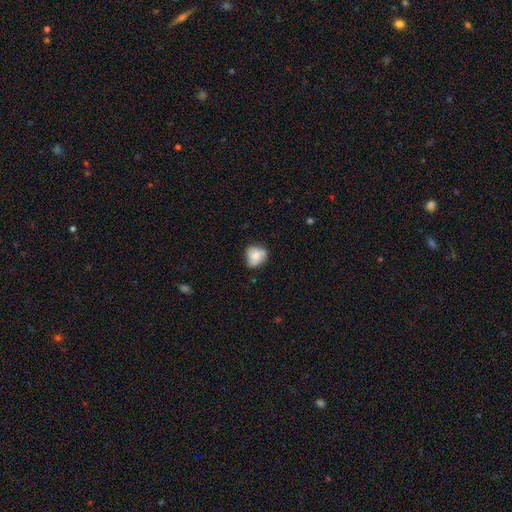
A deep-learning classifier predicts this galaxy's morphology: Smooth or featured: smooth — 69% (featured or disk — 22%)
How rounded: round — 66% (in between — 33%)
Merging: none — 55% (minor disturbance — 32%)